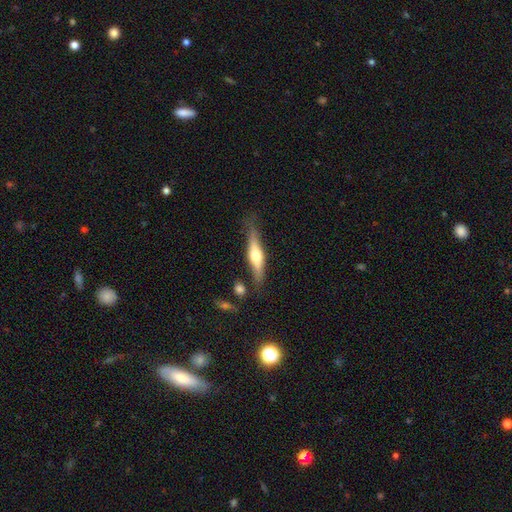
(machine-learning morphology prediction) Smooth or featured? featured or disk (59%)
Edge-on disk? yes (93%)
Edge-on bulge? rounded (92%)
Merging? none (75%)